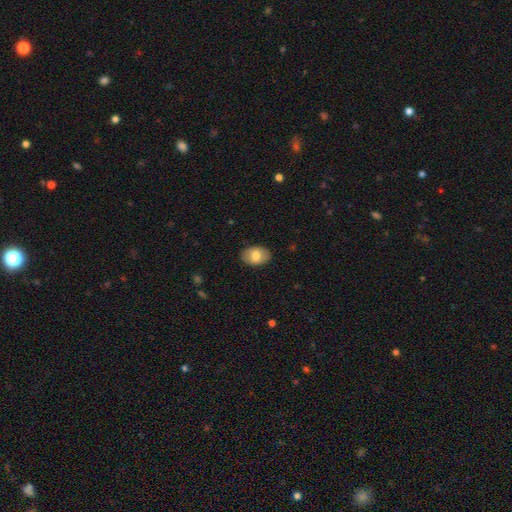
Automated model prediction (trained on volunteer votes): Smooth or featured?
  - smooth: 76% *
  - featured or disk: 17%
  - star or artifact: 7%
How rounded?
  - in between: 85% *
  - round: 14%
  - cigar-shaped: 1%
Merging?
  - none: 88% *
  - minor disturbance: 9%
  - major disturbance: 2%
  - merger: 1%